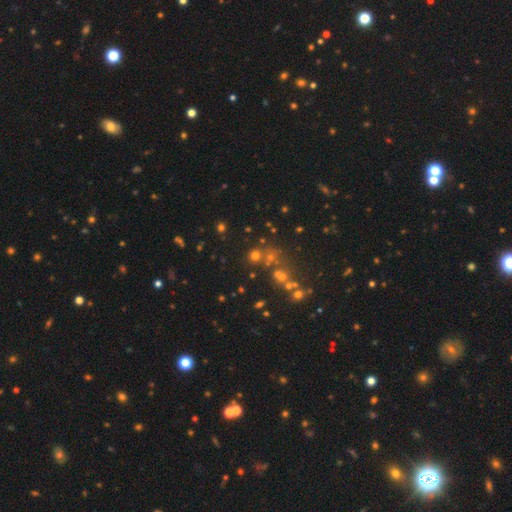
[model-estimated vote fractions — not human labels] Smooth or featured? Predicted: star or artifact (p=0.45).